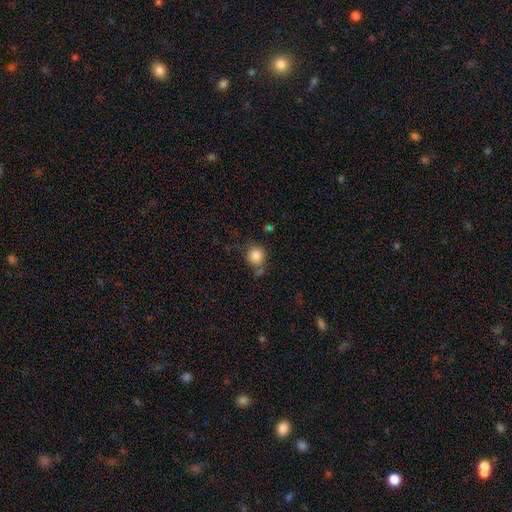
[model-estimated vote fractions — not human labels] Smooth or featured? smooth (84%)
How rounded? round (90%)
Merging? none (64%)